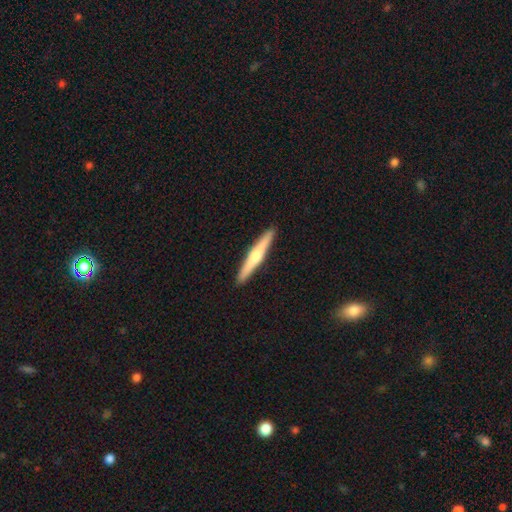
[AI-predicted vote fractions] Smooth or featured?
  - featured or disk: 59% *
  - smooth: 36%
  - star or artifact: 5%
Edge-on disk?
  - yes: 97% *
  - no: 3%
Edge-on bulge?
  - rounded: 85% *
  - none: 9%
  - boxy: 6%
Merging?
  - none: 92% *
  - minor disturbance: 5%
  - major disturbance: 1%
  - merger: 1%